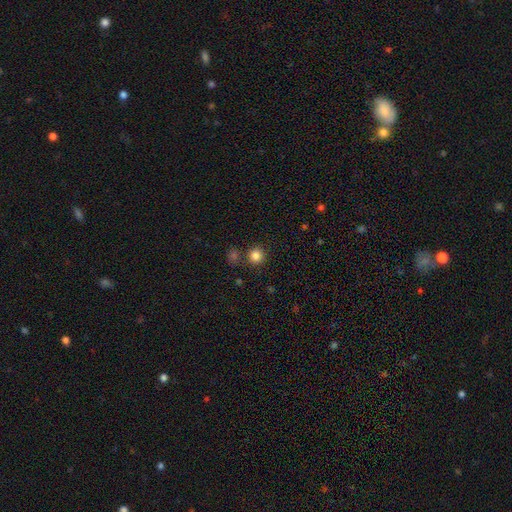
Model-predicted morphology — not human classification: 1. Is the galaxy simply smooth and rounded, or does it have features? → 84% smooth, 12% star or artifact, 4% featured or disk.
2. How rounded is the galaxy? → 93% round, 6% in between, 1% cigar-shaped.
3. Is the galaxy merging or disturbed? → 81% none, 9% merger, 8% minor disturbance, 3% major disturbance.